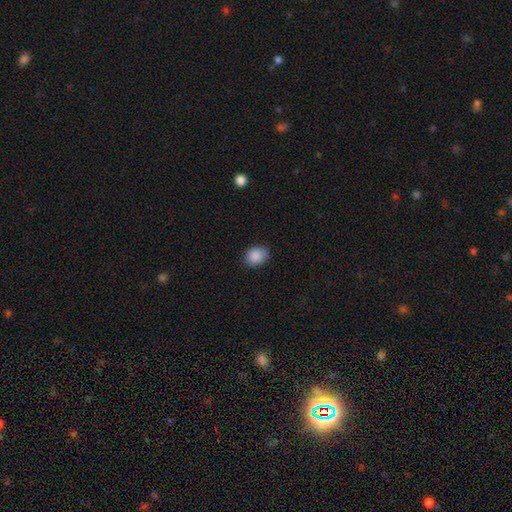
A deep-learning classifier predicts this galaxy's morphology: A smooth galaxy with no disk features (89%) that is in between round and cigar-shaped (57%). Merging: none (86%).